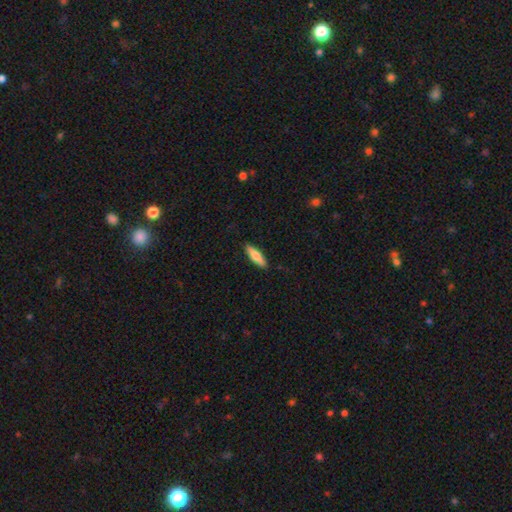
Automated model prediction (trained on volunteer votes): Overall: smooth (72%). How rounded: cigar-shaped (66%; in between 32%). Merging: none (89%).